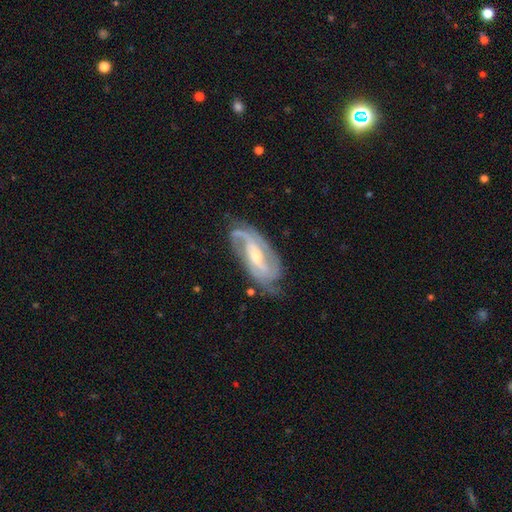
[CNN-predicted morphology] This is clearly a featured or disk galaxy (90%). It is clearly not viewed edge-on (95%). Bar: marginally weak (41%). Spiral arm pattern: clearly yes (97%). Spiral arm count: likely 2 (61%). Spiral winding: marginally medium (45%). Central bulge: possibly moderate (52%). Merging: likely none (72%).